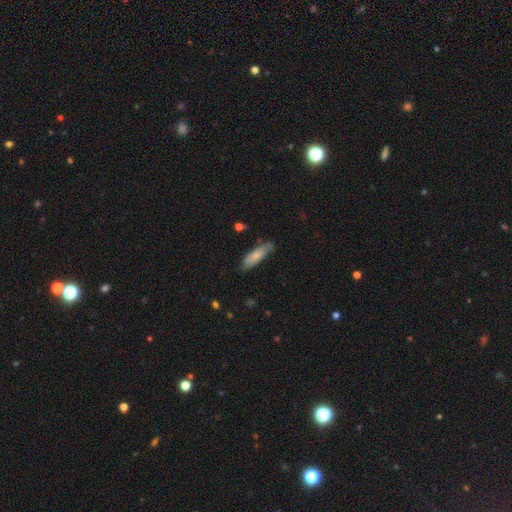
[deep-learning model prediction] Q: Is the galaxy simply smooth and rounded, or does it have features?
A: smooth — 71%.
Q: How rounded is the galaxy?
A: cigar-shaped — 52%.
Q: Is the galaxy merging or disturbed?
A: none — 72%.